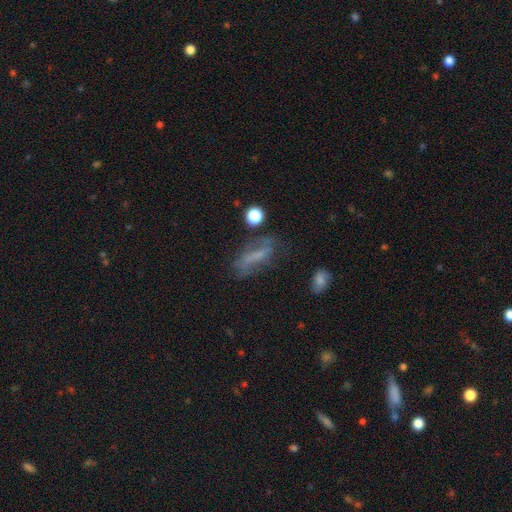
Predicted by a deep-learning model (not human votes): This appears to be a smooth galaxy with no disk features (41%, tied with featured or disk). Merging: none (50%).